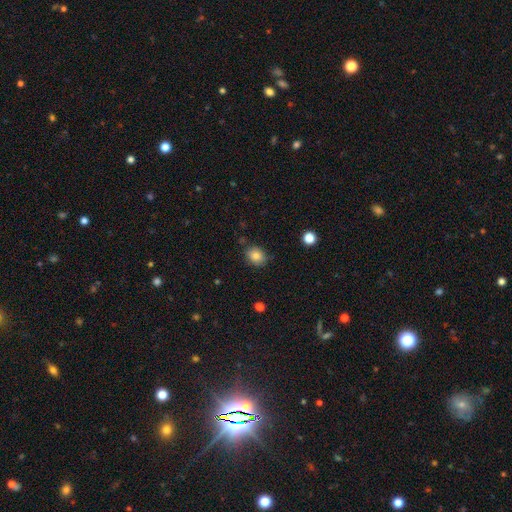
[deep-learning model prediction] smooth 83%, star or artifact 10%, featured or disk 7%. Down the decision tree: how rounded — round (56%); merging — none (79%).